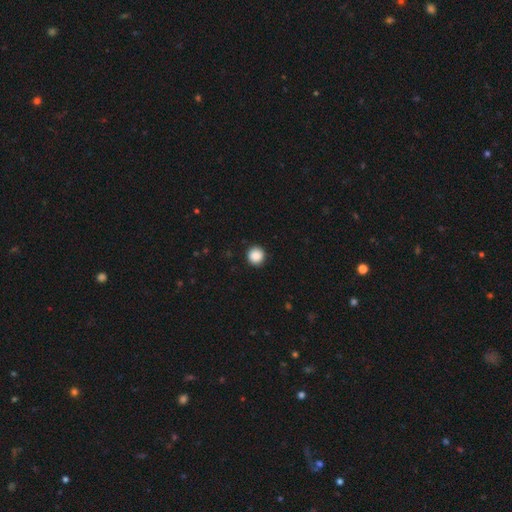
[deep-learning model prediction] A smooth galaxy with no disk features (89%) that is round (95%). Merging: none (92%).